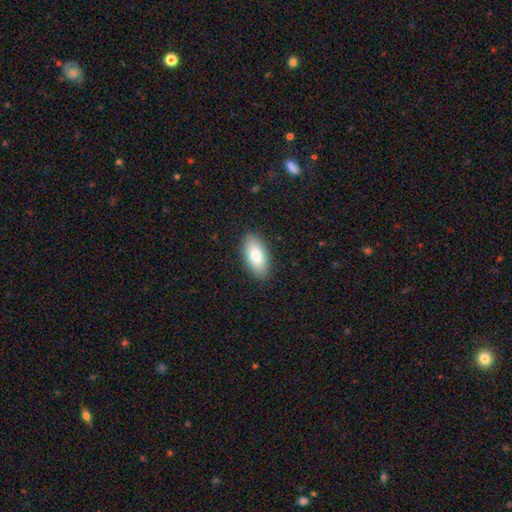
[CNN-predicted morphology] Smooth or featured? Predicted: smooth (p=0.82). How rounded? Predicted: in between (p=0.91). Merging? Predicted: none (p=0.88).